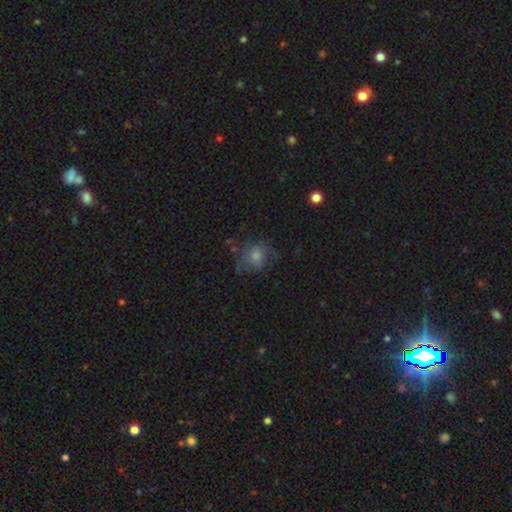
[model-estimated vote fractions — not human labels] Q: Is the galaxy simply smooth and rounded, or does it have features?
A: smooth — 50%.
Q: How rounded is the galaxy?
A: round — 65%.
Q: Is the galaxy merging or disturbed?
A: none — 59%.